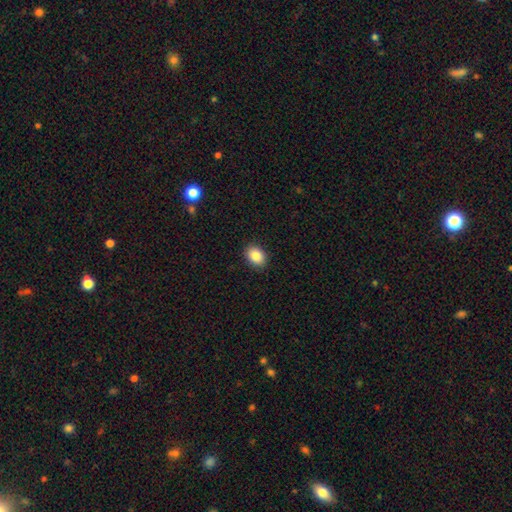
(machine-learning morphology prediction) This appears to be a smooth galaxy with no disk features (87%) that is in between round and cigar-shaped (64%). Merging: none (90%).